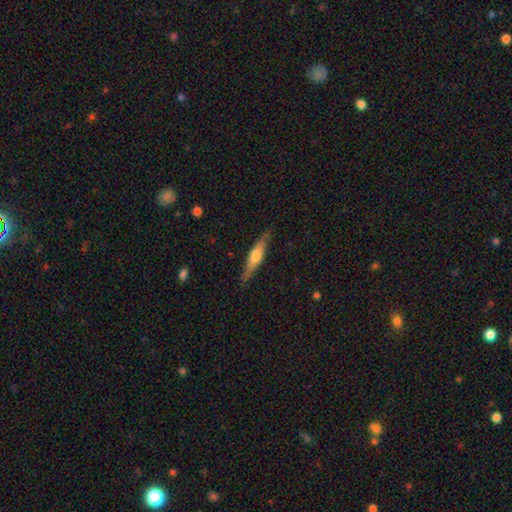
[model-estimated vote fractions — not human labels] A featured or disk galaxy (56%) viewed edge-on (94%) with a rounded central bulge (80%).

Vote fractions:
- Smooth or featured? featured or disk: 56% / smooth: 38% / star or artifact: 6%
- Edge-on disk? yes: 94% / no: 6%
- Edge-on bulge? rounded: 80% / boxy: 13% / none: 7%
- Merging? none: 84% / minor disturbance: 13% / major disturbance: 2% / merger: 1%